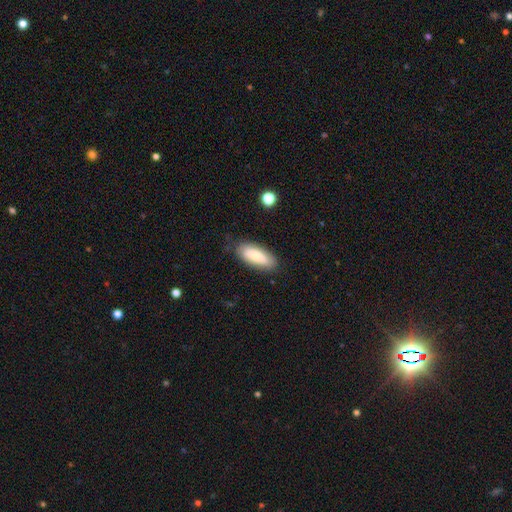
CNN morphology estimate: Smooth or featured?
  - smooth: 74% *
  - featured or disk: 19%
  - star or artifact: 6%
How rounded?
  - in between: 78% *
  - cigar-shaped: 20%
  - round: 2%
Merging?
  - none: 79% *
  - minor disturbance: 16%
  - major disturbance: 3%
  - merger: 2%